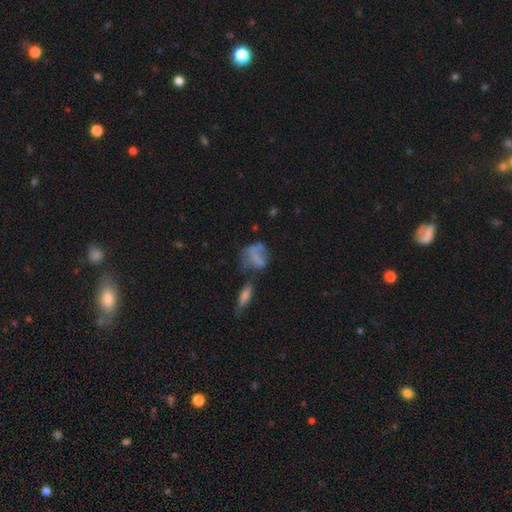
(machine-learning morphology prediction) This appears to be a smooth galaxy with no disk features (59%) that is in between round and cigar-shaped (58%). Merging: none (32%).